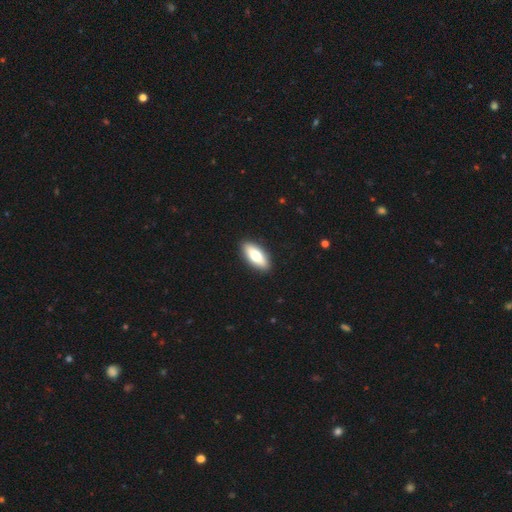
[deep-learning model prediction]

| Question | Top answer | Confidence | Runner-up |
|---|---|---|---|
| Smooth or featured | smooth | 69% | featured or disk (26%) |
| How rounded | in between | 79% | cigar-shaped (19%) |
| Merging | none | 91% | minor disturbance (6%) |